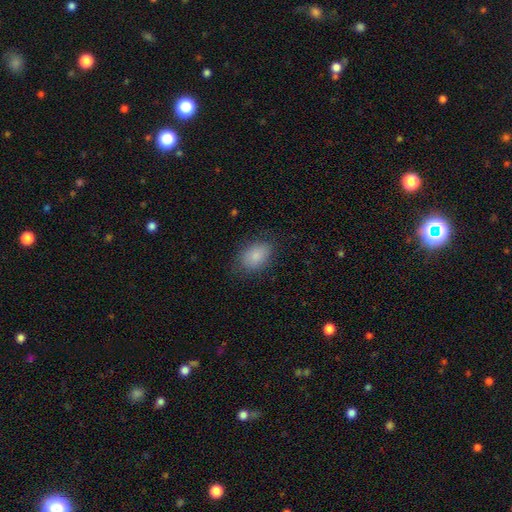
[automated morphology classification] This is clearly a smooth galaxy (85%). How rounded: clearly in between (81%). Merging: likely none (79%).